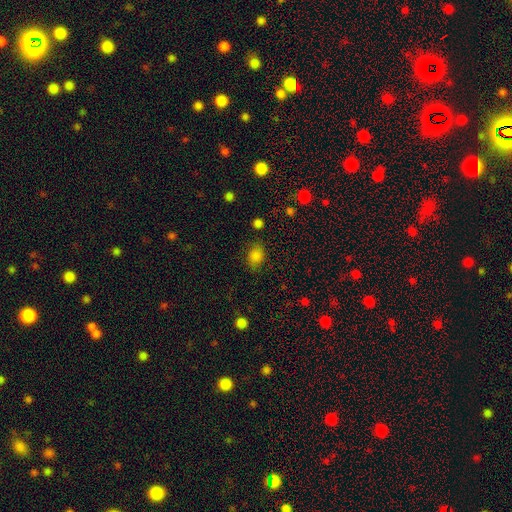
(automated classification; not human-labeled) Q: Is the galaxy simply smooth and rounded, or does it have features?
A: smooth — 82%.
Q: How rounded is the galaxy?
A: in between — 71%.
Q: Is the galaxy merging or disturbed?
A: none — 78%.